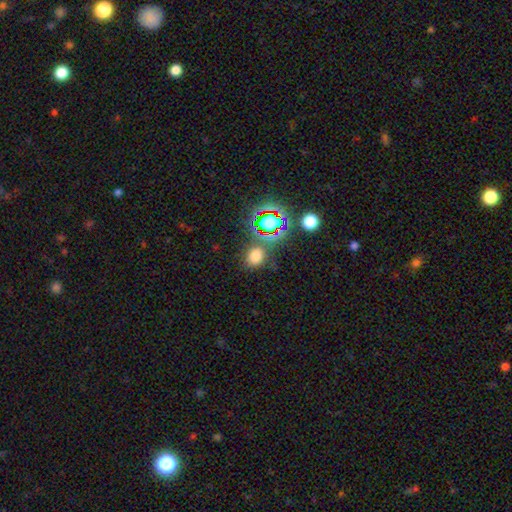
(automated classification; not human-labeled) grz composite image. It shows a smooth galaxy with no disk features (68%) that is round (59%). Merging: none (77%).